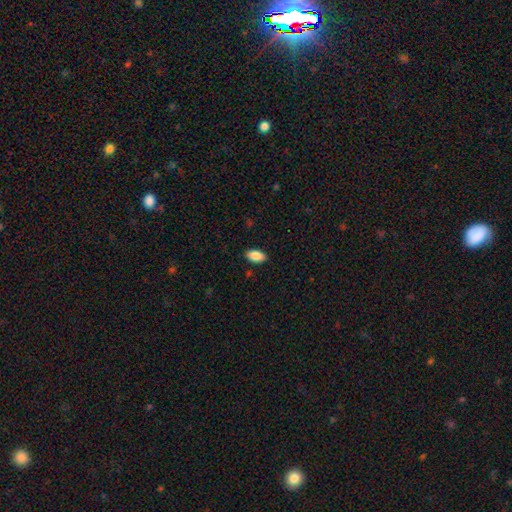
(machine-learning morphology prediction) smooth-or-featured: smooth: 88% | star or artifact: 7% | featured or disk: 5%
  how-rounded: in between: 94% | cigar-shaped: 3% | round: 3%
  merging: none: 88% | minor disturbance: 9% | major disturbance: 2% | merger: 1%